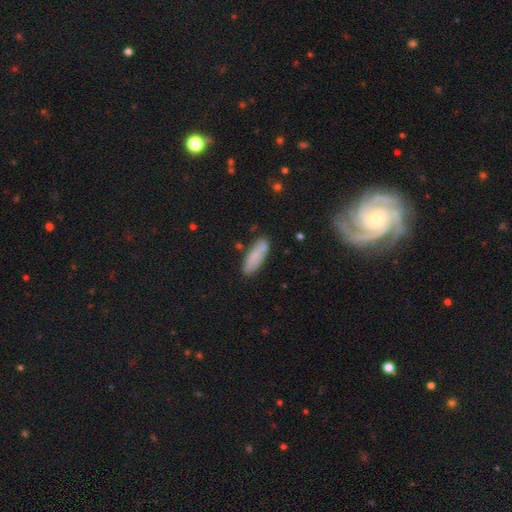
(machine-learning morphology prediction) Smooth or featured? Predicted: smooth (p=0.79). How rounded? Predicted: in between (p=0.55). Merging? Predicted: none (p=0.76).